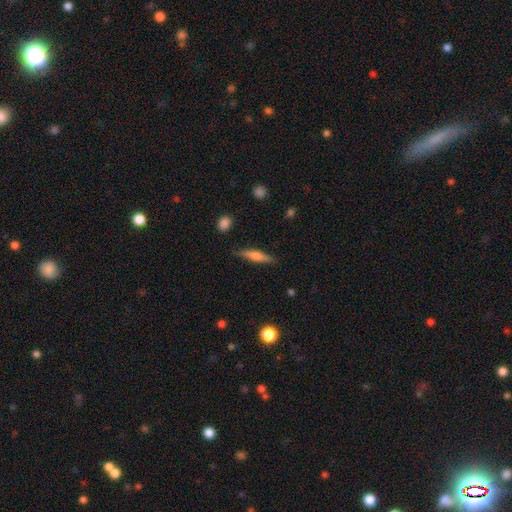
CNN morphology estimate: smooth-or-featured: smooth: 51% | featured or disk: 43% | star or artifact: 7%
  how-rounded: cigar-shaped: 83% | in between: 15% | round: 2%
  merging: none: 85% | minor disturbance: 11% | major disturbance: 2% | merger: 2%